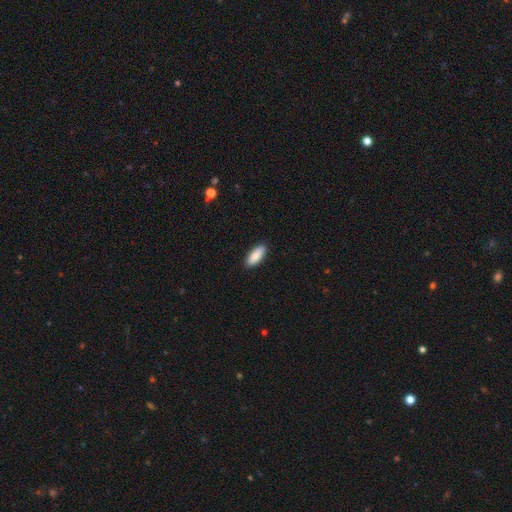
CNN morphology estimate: A smooth galaxy with no disk features (88%) that is in between round and cigar-shaped (74%). Merging: none (90%).